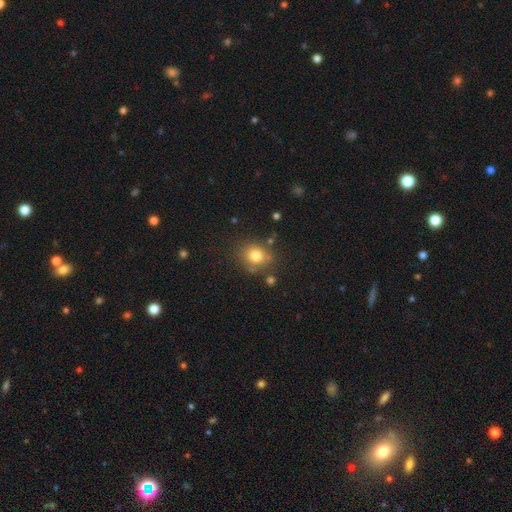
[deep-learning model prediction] smooth-or-featured: smooth: 79% | star or artifact: 12% | featured or disk: 9%
  how-rounded: round: 77% | in between: 22% | cigar-shaped: 1%
  merging: none: 75% | minor disturbance: 14% | merger: 6% | major disturbance: 5%